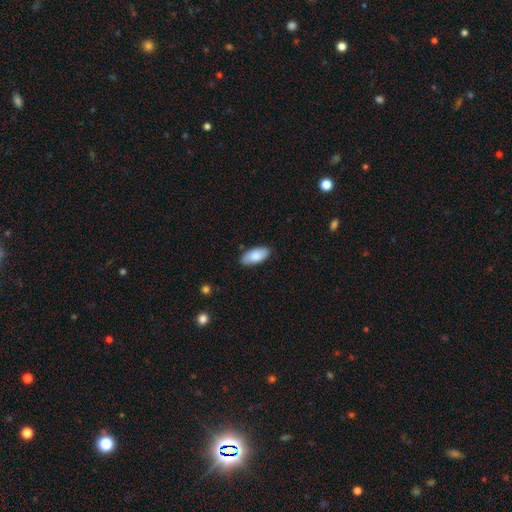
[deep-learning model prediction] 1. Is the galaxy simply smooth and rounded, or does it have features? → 84% smooth, 10% featured or disk, 6% star or artifact.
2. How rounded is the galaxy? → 92% in between, 6% cigar-shaped, 2% round.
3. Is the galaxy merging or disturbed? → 85% none, 12% minor disturbance, 2% major disturbance, 1% merger.